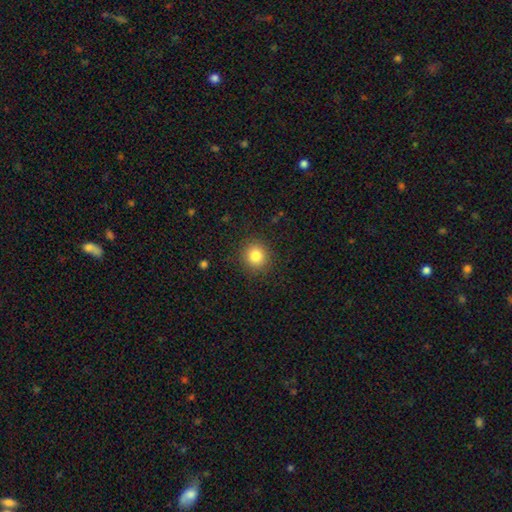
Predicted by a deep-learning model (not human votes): The model was most divided on "smooth or featured": smooth: 83%, star or artifact: 11%, featured or disk: 6%. More confident: how rounded — round (90%); merging — none (89%).